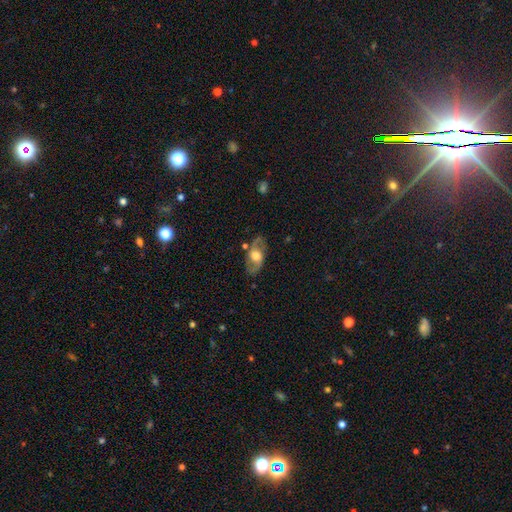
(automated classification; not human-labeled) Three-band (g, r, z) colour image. It shows a featured or disk galaxy (65%) with no bar (68%), spiral arms (64%) and a large central bulge (48%). Merging: none (78%).